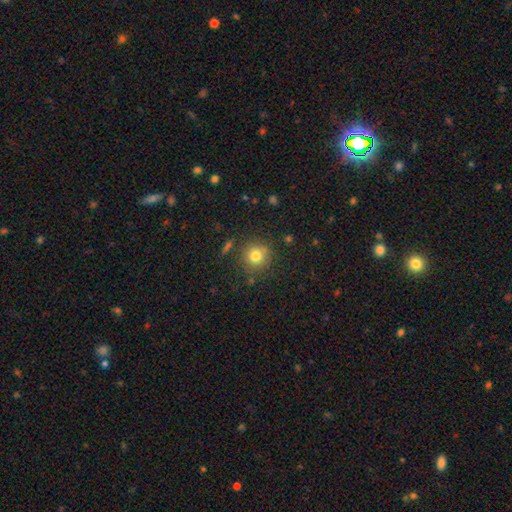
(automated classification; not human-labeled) A smooth galaxy with no disk features (78%) that is round (92%).

Vote fractions:
- Smooth or featured? smooth: 78% / star or artifact: 13% / featured or disk: 9%
- How rounded? round: 92% / in between: 7% / cigar-shaped: 1%
- Merging? none: 81% / minor disturbance: 11% / merger: 5% / major disturbance: 4%